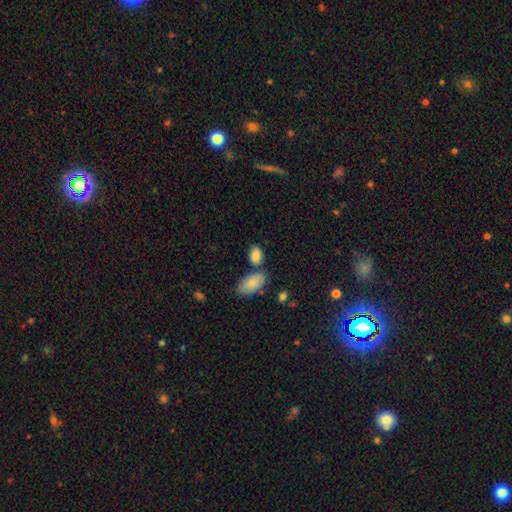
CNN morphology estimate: This appears to be a smooth galaxy with no disk features (86%) that is in between round and cigar-shaped (88%). Merging: none (63%).